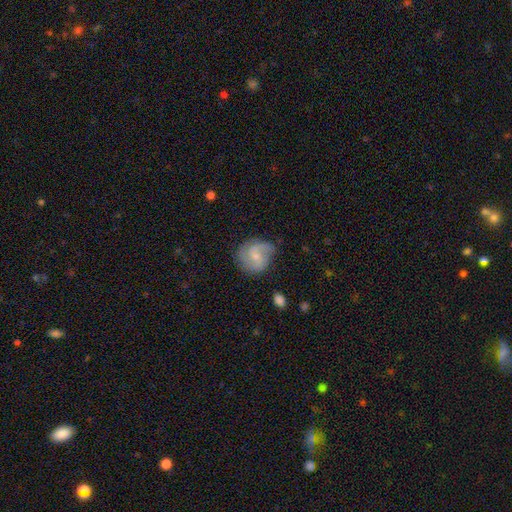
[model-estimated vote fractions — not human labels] Smooth or featured: featured or disk — 63% (smooth — 31%)
Edge-on disk: no — 98% (yes — 2%)
Bar: weak — 50% (no — 42%)
Spiral arms: yes — 91% (no — 9%)
Spiral winding: medium — 49% (loose — 28%)
Spiral arm count: 2 — 75% (can't tell — 11%)
Bulge size: small — 59% (moderate — 30%)
Merging: none — 67% (minor disturbance — 23%)